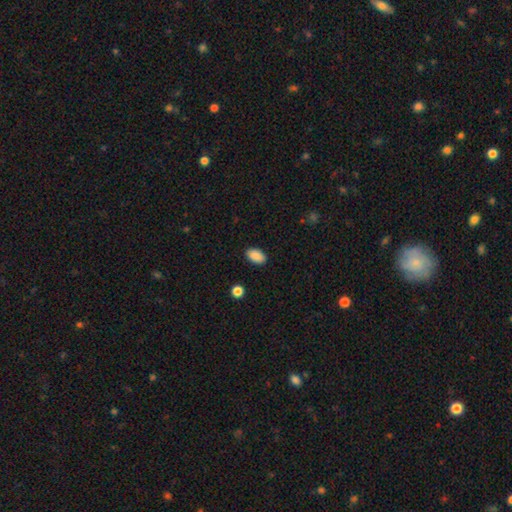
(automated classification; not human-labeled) The model was most divided on "merging": none: 89%, minor disturbance: 8%, major disturbance: 2%, merger: 1%. More confident: how rounded — in between (92%); smooth or featured — smooth (89%).